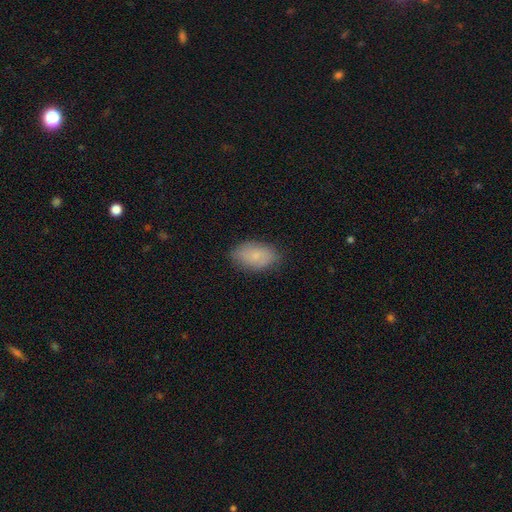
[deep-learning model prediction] Smooth or featured: smooth — 79% (featured or disk — 14%)
How rounded: in between — 92% (round — 6%)
Merging: none — 82% (minor disturbance — 14%)